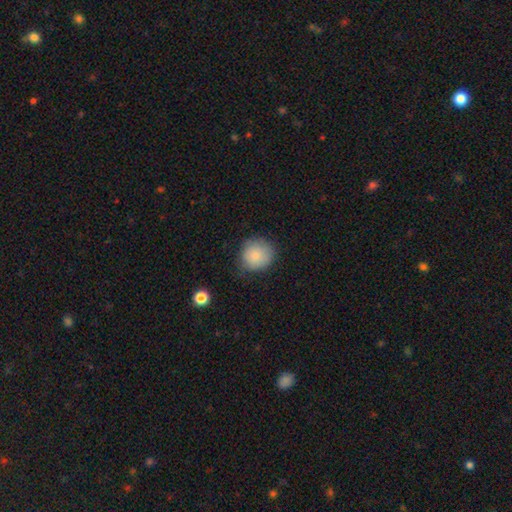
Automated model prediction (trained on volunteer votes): smooth-or-featured: smooth: 83% | star or artifact: 8% | featured or disk: 8%
  how-rounded: round: 88% | in between: 12% | cigar-shaped: 1%
  merging: none: 69% | minor disturbance: 24% | major disturbance: 5% | merger: 2%